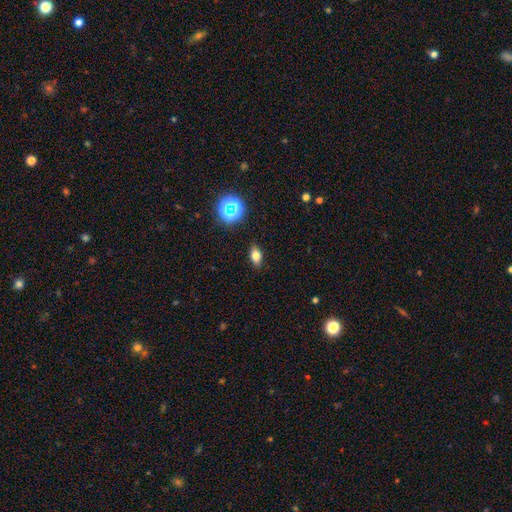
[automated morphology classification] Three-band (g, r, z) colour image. It shows a smooth galaxy with no disk features (72%) that is in between round and cigar-shaped (80%). Merging: none (88%).